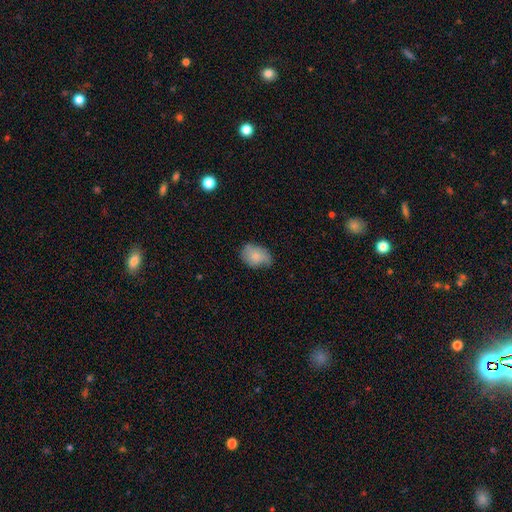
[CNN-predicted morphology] The model was most divided on "merging": none: 62%, minor disturbance: 30%, major disturbance: 7%, merger: 1%. More confident: how rounded — in between (78%); smooth or featured — smooth (73%).